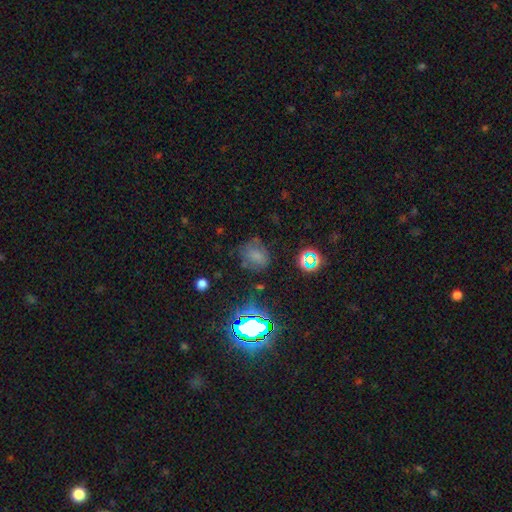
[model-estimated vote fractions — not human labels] Smooth or featured? smooth (61%)
How rounded? round (58%)
Merging? none (65%)